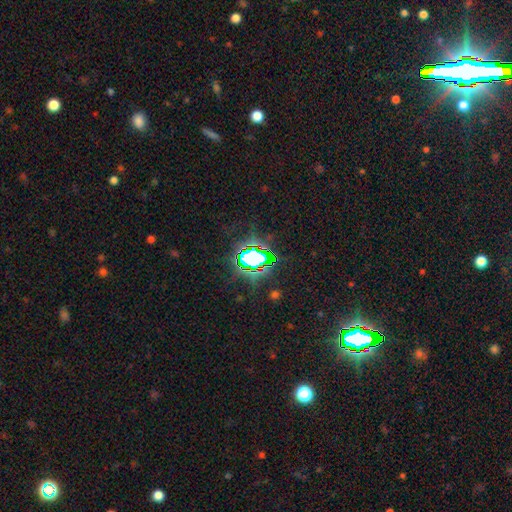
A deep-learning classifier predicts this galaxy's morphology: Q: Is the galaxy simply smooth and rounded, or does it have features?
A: star or artifact — 69%.